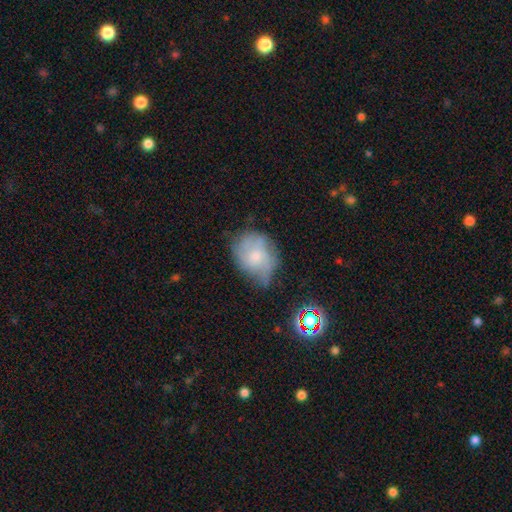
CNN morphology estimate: The model was most divided on "merging": none: 42%, minor disturbance: 37%, major disturbance: 18%, merger: 4%. Remaining: smooth or featured — smooth (47%).